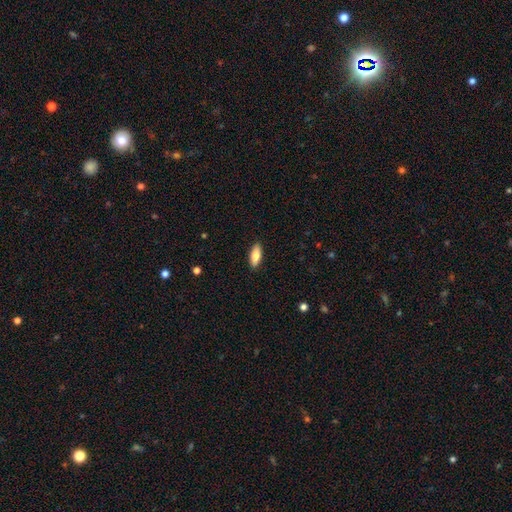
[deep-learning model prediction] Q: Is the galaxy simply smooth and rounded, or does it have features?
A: smooth — 85%.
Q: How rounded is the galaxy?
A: in between — 73%.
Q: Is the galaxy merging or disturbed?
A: none — 89%.